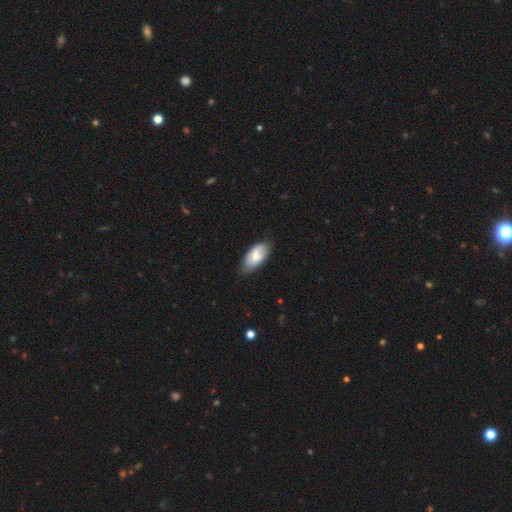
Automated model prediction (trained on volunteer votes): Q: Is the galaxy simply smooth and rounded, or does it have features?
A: smooth — 73%.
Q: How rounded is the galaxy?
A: in between — 93%.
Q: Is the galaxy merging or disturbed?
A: none — 70%.